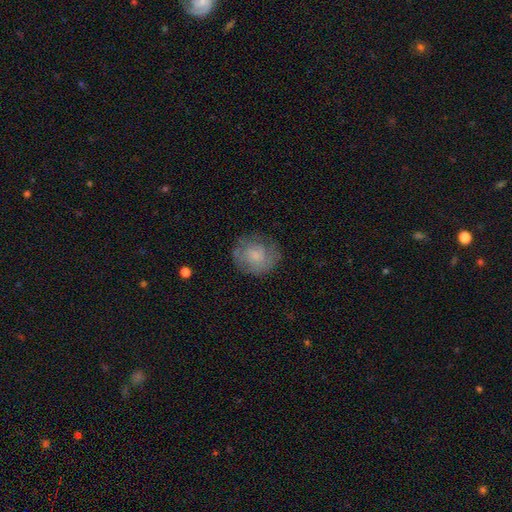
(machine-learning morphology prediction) smooth_or_featured: smooth (p=0.57) [alt: featured or disk p=0.34]
how_rounded: round (p=0.78) [alt: in between p=0.21]
merging: none (p=0.70) [alt: minor disturbance p=0.20]